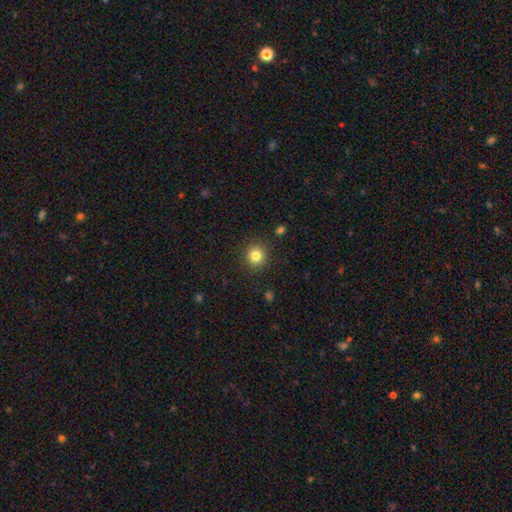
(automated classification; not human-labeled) The model was most divided on "smooth or featured": smooth: 83%, star or artifact: 12%, featured or disk: 6%. More confident: how rounded — round (92%); merging — none (90%).